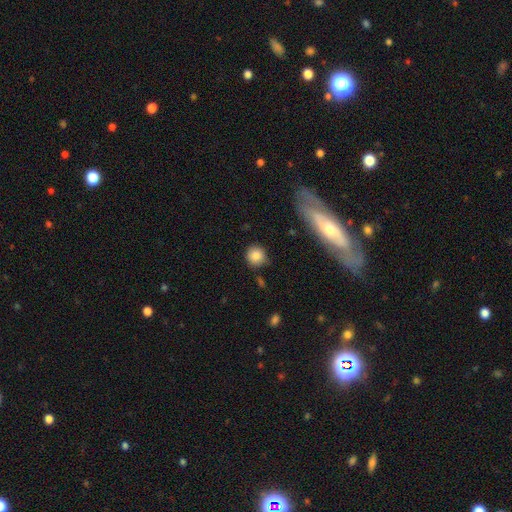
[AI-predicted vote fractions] smooth_or_featured: smooth (p=0.84) [alt: star or artifact p=0.10]
how_rounded: round (p=0.90) [alt: in between p=0.09]
merging: none (p=0.82) [alt: minor disturbance p=0.12]